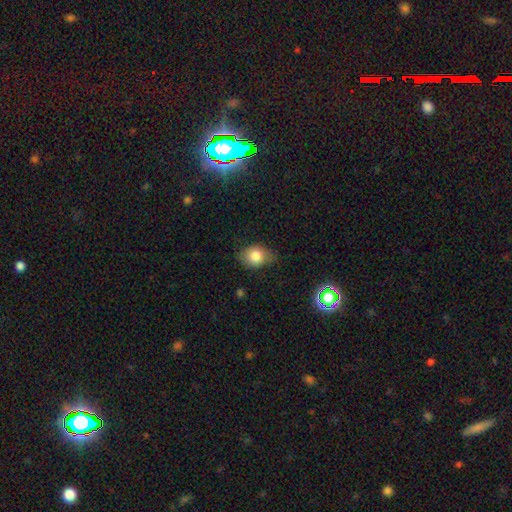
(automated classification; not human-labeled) Smooth or featured: smooth — 81% (featured or disk — 10%)
How rounded: in between — 56% (round — 43%)
Merging: none — 69% (minor disturbance — 24%)